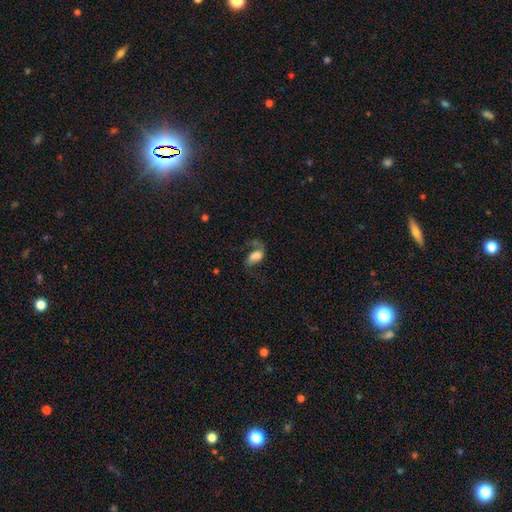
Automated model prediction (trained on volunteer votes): Smooth or featured: featured or disk — 48% (smooth — 41%)
Merging: none — 43% (major disturbance — 31%)